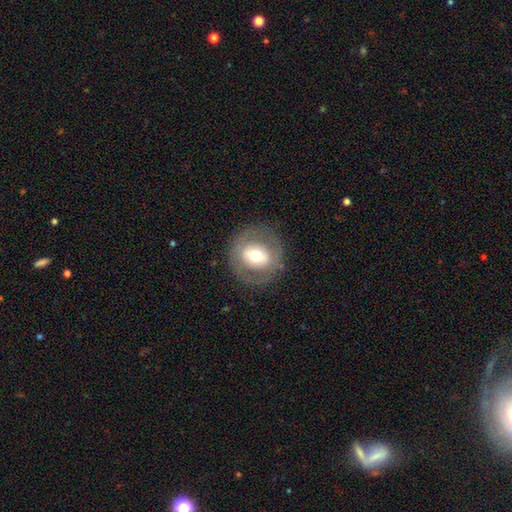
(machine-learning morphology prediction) Smooth or featured: smooth — 49% (featured or disk — 44%)
Merging: none — 82% (minor disturbance — 10%)